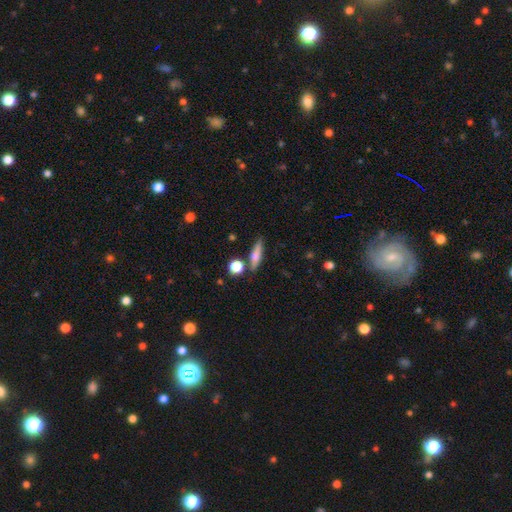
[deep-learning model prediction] Smooth or featured?
  - smooth: 63% *
  - featured or disk: 29%
  - star or artifact: 8%
How rounded?
  - cigar-shaped: 67% *
  - in between: 24%
  - round: 8%
Merging?
  - none: 78% *
  - minor disturbance: 11%
  - merger: 8%
  - major disturbance: 3%